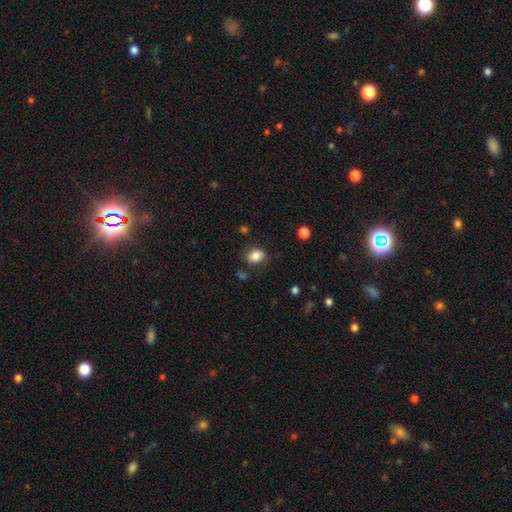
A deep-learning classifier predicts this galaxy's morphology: smooth 83%, star or artifact 9%, featured or disk 8%. Down the decision tree: how rounded — round (50%); merging — none (77%).